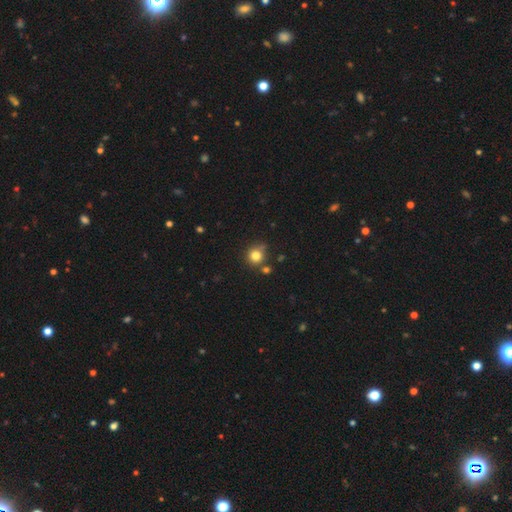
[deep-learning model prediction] This appears to be a smooth galaxy with no disk features (80%) that is round (91%). Merging: none (71%).